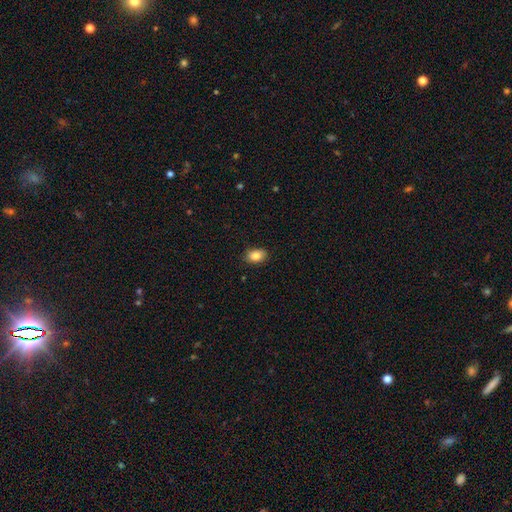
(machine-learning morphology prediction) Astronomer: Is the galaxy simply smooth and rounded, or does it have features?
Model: smooth — 85%.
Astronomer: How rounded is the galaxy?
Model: in between — 80%.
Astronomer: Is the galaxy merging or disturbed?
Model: none — 87%.